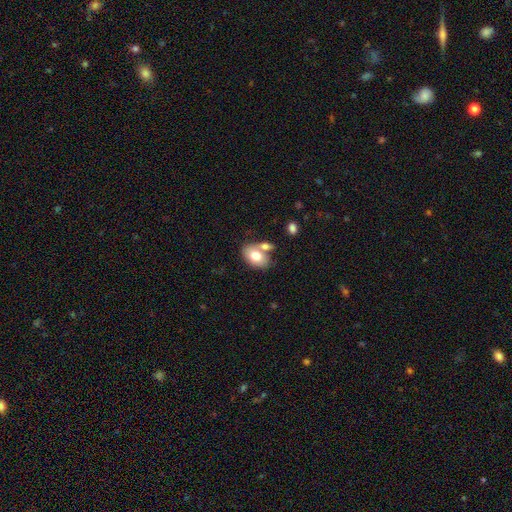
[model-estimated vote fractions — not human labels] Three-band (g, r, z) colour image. It shows a smooth galaxy with no disk features (74%) that is in between round and cigar-shaped (84%). Merging: none (52%).